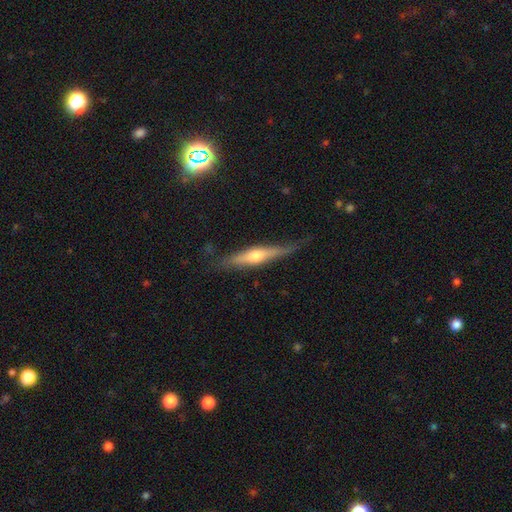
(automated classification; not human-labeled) Smooth or featured?
  - featured or disk: 59% *
  - smooth: 35%
  - star or artifact: 5%
Edge-on disk?
  - yes: 93% *
  - no: 7%
Edge-on bulge?
  - rounded: 89% *
  - none: 6%
  - boxy: 5%
Merging?
  - none: 69% *
  - minor disturbance: 23%
  - major disturbance: 7%
  - merger: 2%